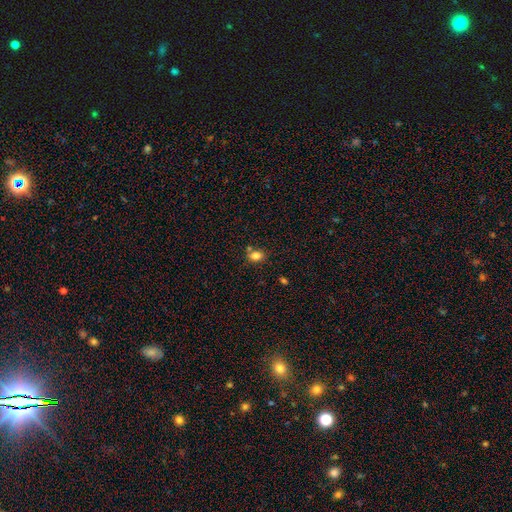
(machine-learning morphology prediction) Overall: smooth (81%). How rounded: in between (60%; round 38%). Merging: none (66%).